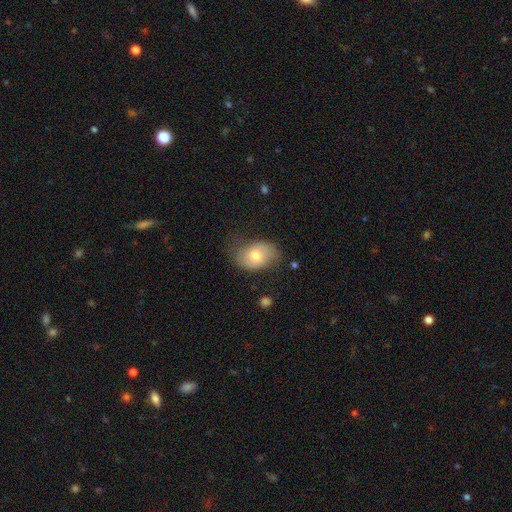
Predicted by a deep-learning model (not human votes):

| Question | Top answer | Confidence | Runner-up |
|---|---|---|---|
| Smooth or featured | smooth | 71% | featured or disk (22%) |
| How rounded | in between | 80% | round (19%) |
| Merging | none | 59% | minor disturbance (29%) |